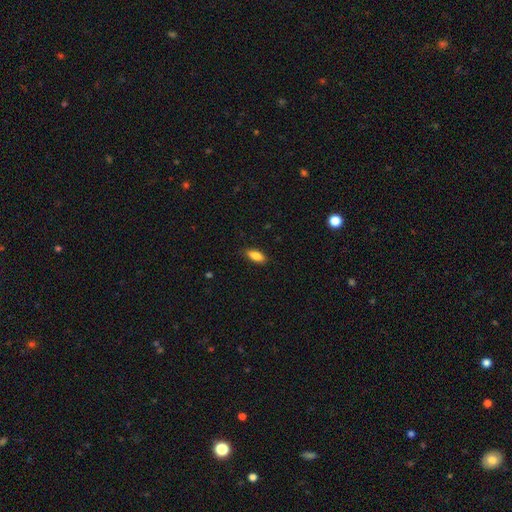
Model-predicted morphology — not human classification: Overall: smooth (87%). How rounded: in between (82%). Merging: none (85%).